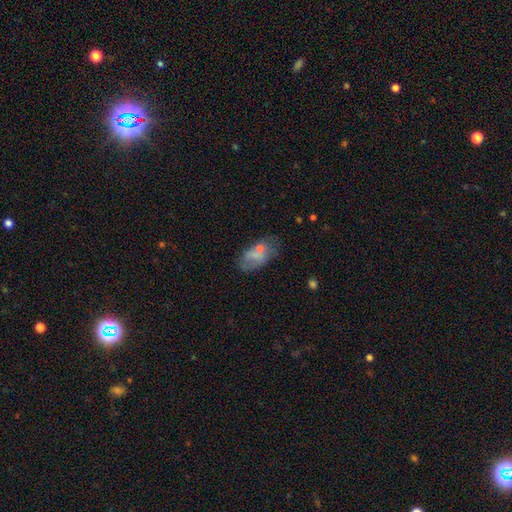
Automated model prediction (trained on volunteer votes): smooth_or_featured: smooth (p=0.60) [alt: featured or disk p=0.31]
how_rounded: in between (p=0.89) [alt: round p=0.08]
merging: none (p=0.42) [alt: minor disturbance p=0.26]